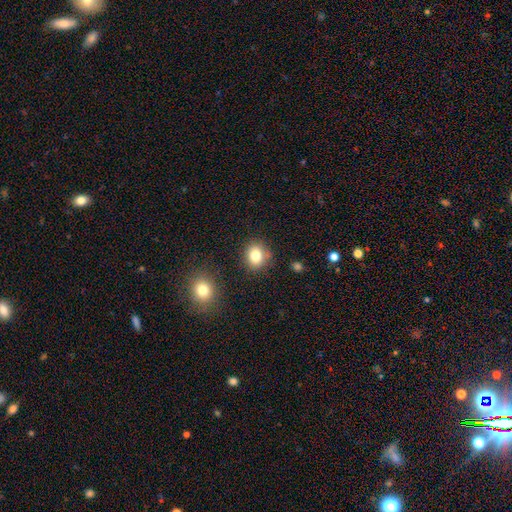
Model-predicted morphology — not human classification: type=smooth (81%); roundness=round (68%); merging=none (80%).